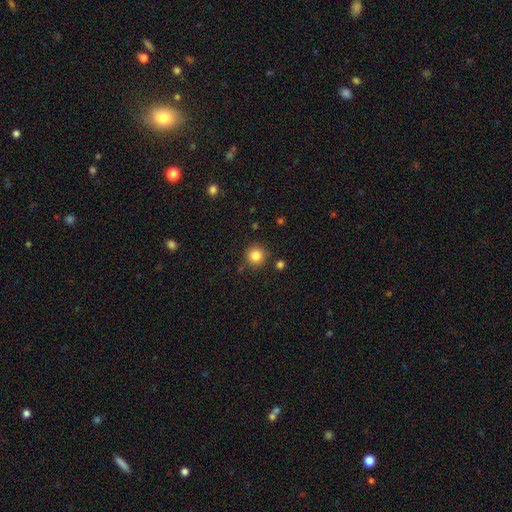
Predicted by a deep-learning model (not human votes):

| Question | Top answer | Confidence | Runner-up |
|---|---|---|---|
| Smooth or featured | smooth | 83% | star or artifact (11%) |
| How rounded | round | 94% | in between (5%) |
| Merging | none | 85% | minor disturbance (8%) |